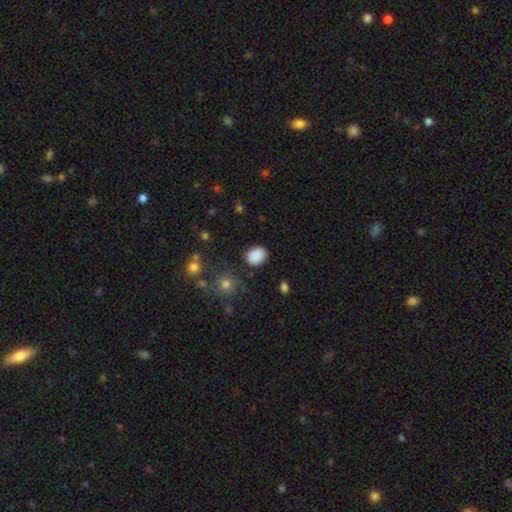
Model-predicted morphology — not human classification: A smooth galaxy with no disk features (88%) that is in between round and cigar-shaped (63%).

Vote fractions:
- Smooth or featured? smooth: 88% / star or artifact: 9% / featured or disk: 3%
- How rounded? in between: 63% / round: 36% / cigar-shaped: 1%
- Merging? none: 84% / minor disturbance: 11% / major disturbance: 3% / merger: 2%